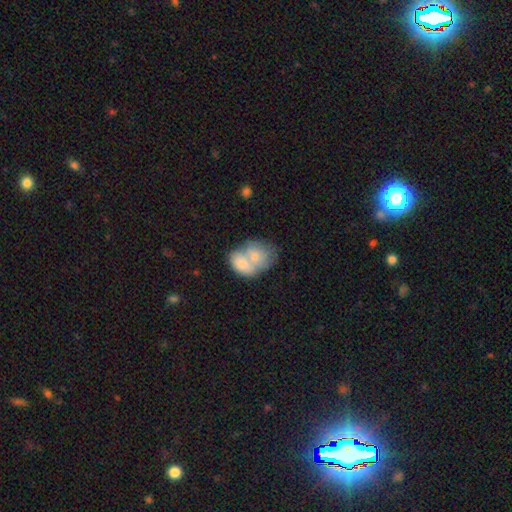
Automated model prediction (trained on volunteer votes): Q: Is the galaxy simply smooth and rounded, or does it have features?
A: smooth — 69%.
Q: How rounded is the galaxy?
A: in between — 61%.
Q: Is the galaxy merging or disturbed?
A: merger — 75%.